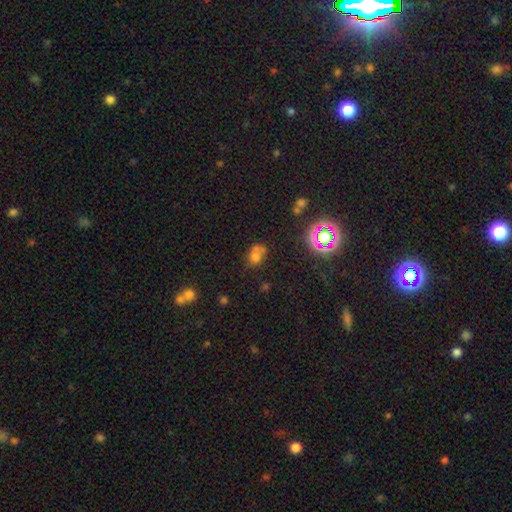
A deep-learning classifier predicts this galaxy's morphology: A smooth galaxy with no disk features (63%) that is round (52%).

Vote fractions:
- Smooth or featured? smooth: 63% / star or artifact: 23% / featured or disk: 14%
- How rounded? round: 52% / in between: 47% / cigar-shaped: 1%
- Merging? merger: 39% / none: 37% / minor disturbance: 14% / major disturbance: 9%